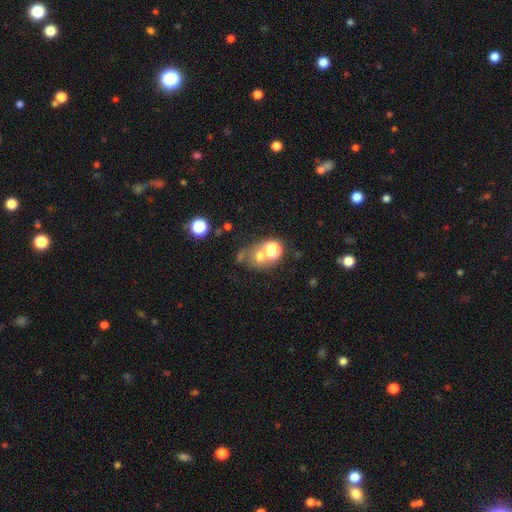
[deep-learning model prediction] Smooth or featured?
  - smooth: 50% *
  - star or artifact: 29%
  - featured or disk: 20%
How rounded?
  - round: 69% *
  - in between: 30%
  - cigar-shaped: 1%
Merging?
  - none: 42% *
  - merger: 36%
  - minor disturbance: 11%
  - major disturbance: 10%